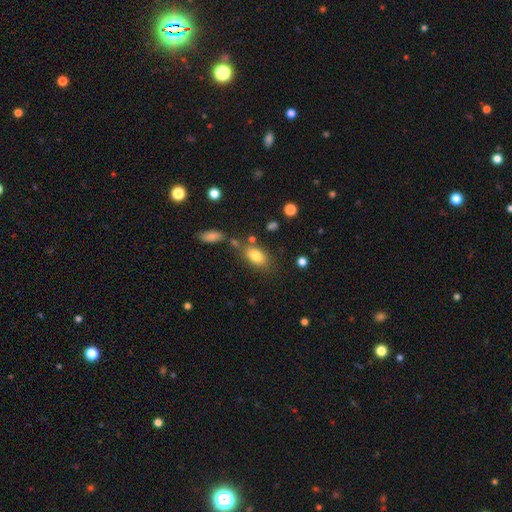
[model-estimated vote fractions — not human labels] Morphology: type=smooth (81%); roundness=in between (87%); merging=none (68%).